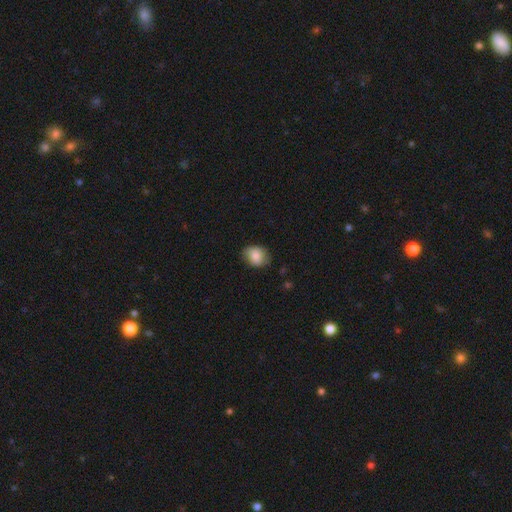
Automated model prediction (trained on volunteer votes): smooth_or_featured: smooth (p=0.84) [alt: featured or disk p=0.08]
how_rounded: in between (p=0.51) [alt: round p=0.48]
merging: none (p=0.72) [alt: minor disturbance p=0.22]